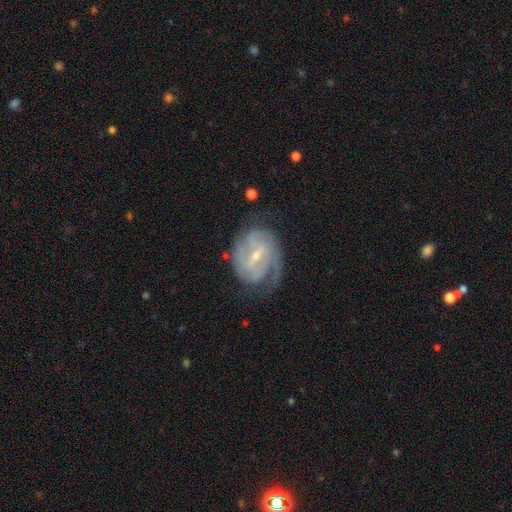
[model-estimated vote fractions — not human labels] This appears to be a featured or disk galaxy (88%) with a weak bar (52%), 2 (42%) tight (55%) spiral arms (96%) and a small central bulge (62%). Merging: none (67%).